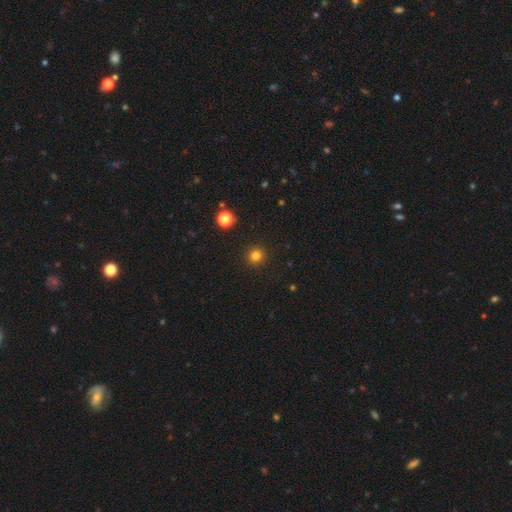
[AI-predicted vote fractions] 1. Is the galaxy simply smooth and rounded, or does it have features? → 80% smooth, 15% star or artifact, 5% featured or disk.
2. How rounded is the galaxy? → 94% round, 5% in between, 1% cigar-shaped.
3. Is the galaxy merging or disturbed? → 92% none, 5% minor disturbance, 2% major disturbance, 1% merger.